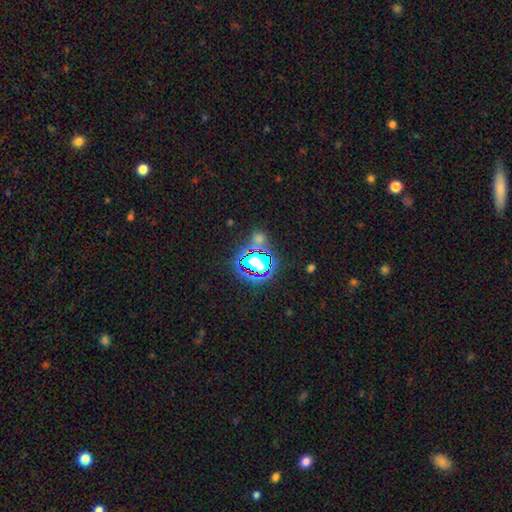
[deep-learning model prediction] Smooth or featured?
  - star or artifact: 81% *
  - smooth: 12%
  - featured or disk: 7%